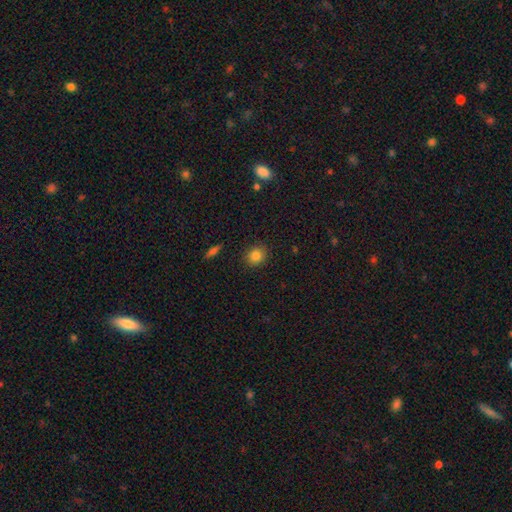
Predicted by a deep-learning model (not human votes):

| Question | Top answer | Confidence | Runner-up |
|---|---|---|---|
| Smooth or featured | smooth | 82% | star or artifact (11%) |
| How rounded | round | 79% | in between (19%) |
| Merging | none | 90% | minor disturbance (7%) |